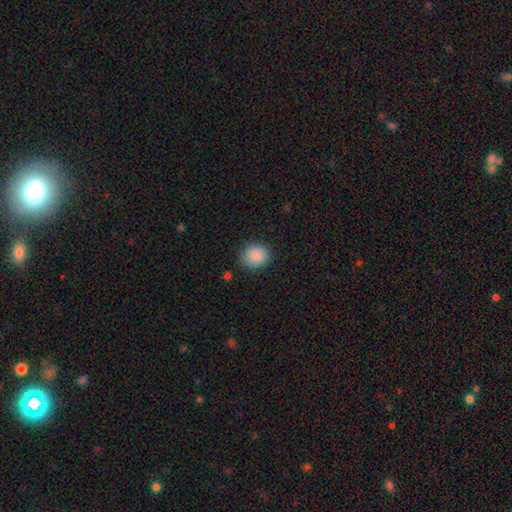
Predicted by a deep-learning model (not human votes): A smooth galaxy with no disk features (88%) that is round (83%).

Vote fractions:
- Smooth or featured? smooth: 88% / star or artifact: 8% / featured or disk: 3%
- How rounded? round: 83% / in between: 16% / cigar-shaped: 1%
- Merging? none: 88% / minor disturbance: 8% / major disturbance: 3% / merger: 1%